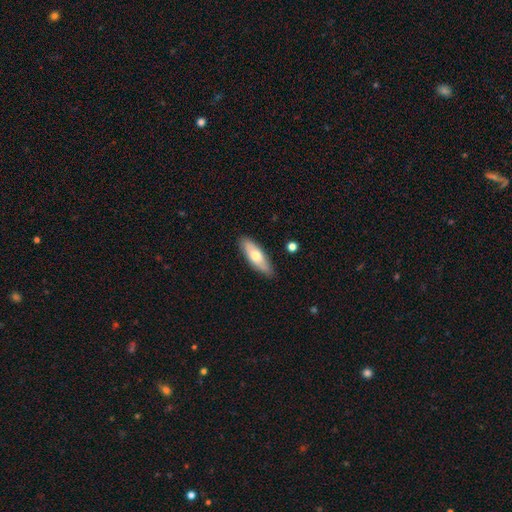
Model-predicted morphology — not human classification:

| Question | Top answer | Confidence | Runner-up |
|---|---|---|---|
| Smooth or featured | smooth | 62% | featured or disk (32%) |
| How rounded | in between | 59% | cigar-shaped (39%) |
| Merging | none | 84% | minor disturbance (12%) |